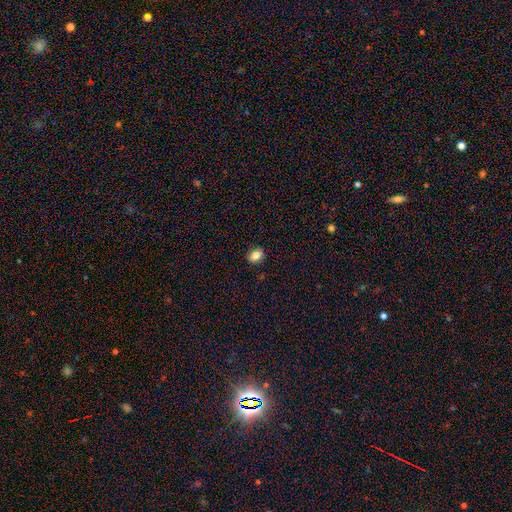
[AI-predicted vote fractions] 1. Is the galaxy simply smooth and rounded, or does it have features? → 84% smooth, 10% star or artifact, 6% featured or disk.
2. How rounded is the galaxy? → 57% in between, 42% round, 1% cigar-shaped.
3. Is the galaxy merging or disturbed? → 89% none, 8% minor disturbance, 2% major disturbance, 1% merger.